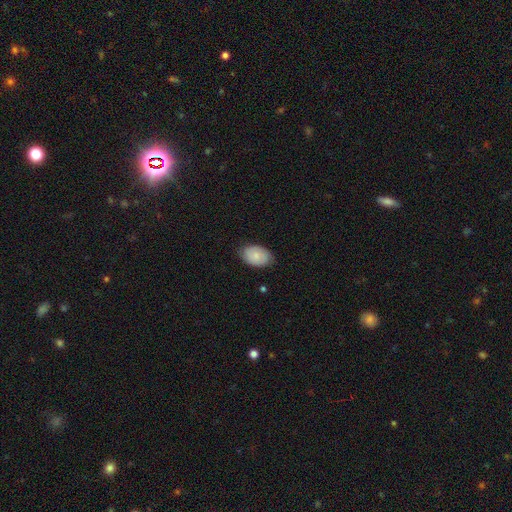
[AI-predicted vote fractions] Morphology: type=smooth (75%); roundness=in between (89%); merging=none (79%).